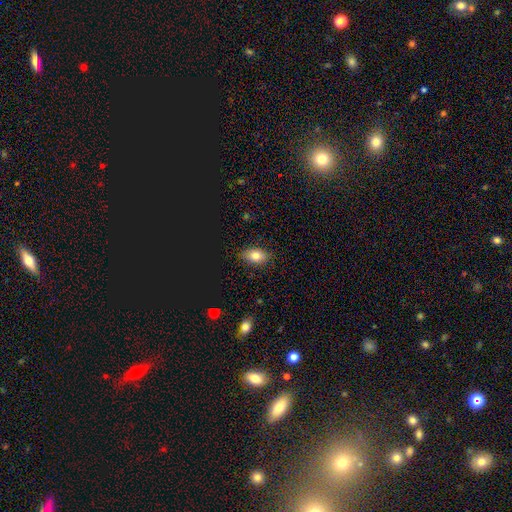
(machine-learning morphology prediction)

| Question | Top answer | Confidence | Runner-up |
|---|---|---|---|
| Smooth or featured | smooth | 80% | star or artifact (11%) |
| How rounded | in between | 85% | round (13%) |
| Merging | none | 83% | minor disturbance (13%) |